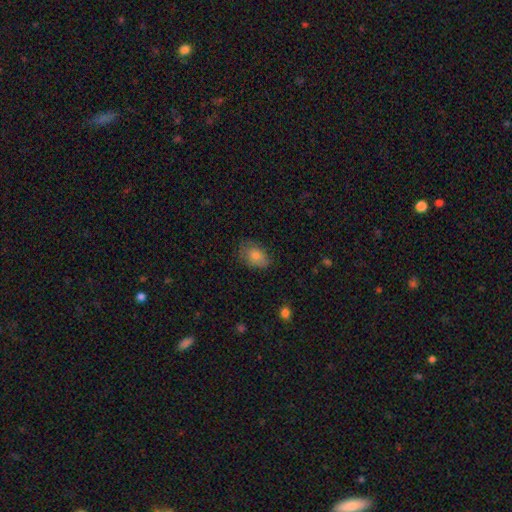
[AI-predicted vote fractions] Smooth or featured? Predicted: smooth (p=0.79). How rounded? Predicted: in between (p=0.82). Merging? Predicted: none (p=0.71).